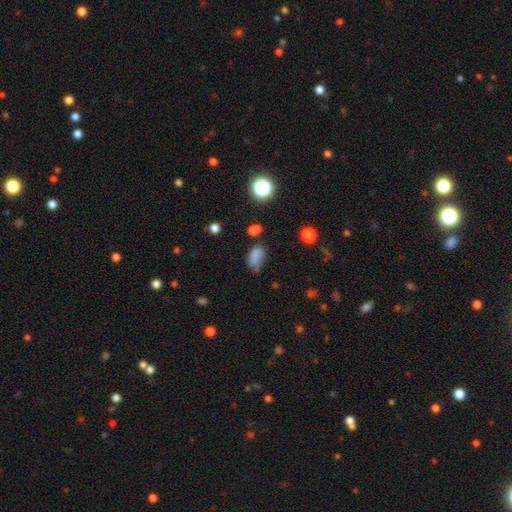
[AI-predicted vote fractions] Q: Smooth or featured?
A: smooth (75%); runner-up: star or artifact (15%)
Q: How rounded?
A: in between (85%); runner-up: round (12%)
Q: Merging?
A: none (39%); runner-up: minor disturbance (36%)